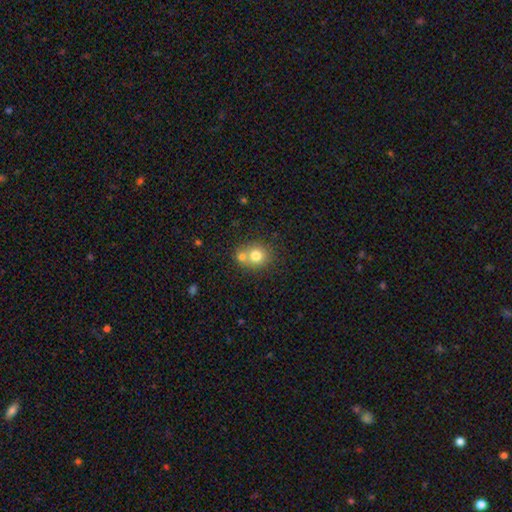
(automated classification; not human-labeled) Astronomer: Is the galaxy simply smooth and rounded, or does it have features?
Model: smooth — 76%.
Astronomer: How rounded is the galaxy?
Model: round — 82%.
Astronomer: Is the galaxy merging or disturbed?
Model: none — 48% (runner-up: merger, 41%).